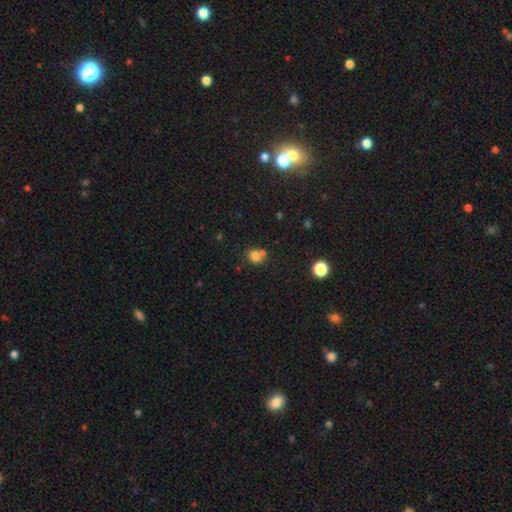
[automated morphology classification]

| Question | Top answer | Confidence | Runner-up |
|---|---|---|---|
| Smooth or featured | smooth | 78% | star or artifact (14%) |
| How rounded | round | 79% | in between (20%) |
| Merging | none | 53% | merger (33%) |